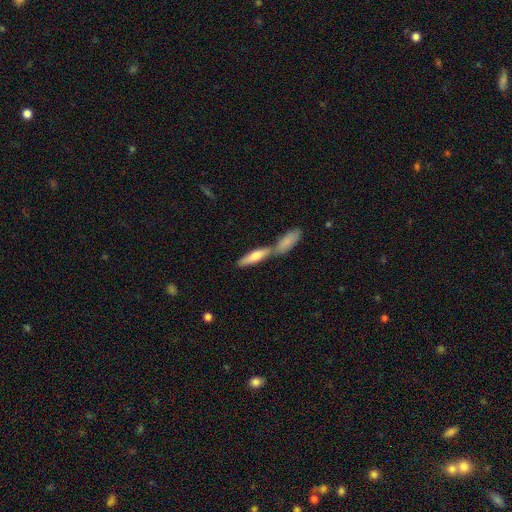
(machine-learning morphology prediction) Smooth or featured? Predicted: smooth (p=0.66). How rounded? Predicted: cigar-shaped (p=0.69). Merging? Predicted: merger (p=0.54).